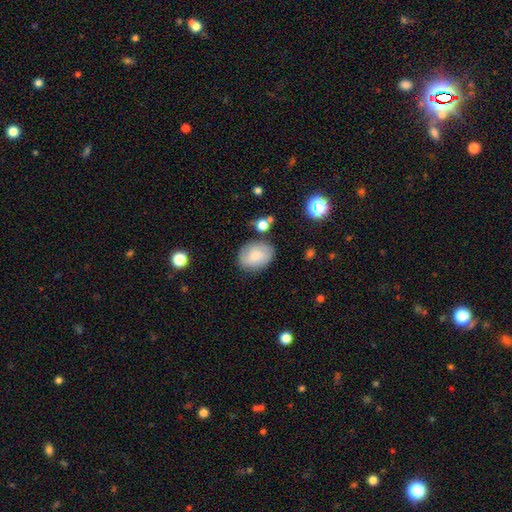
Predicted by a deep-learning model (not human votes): Smooth or featured? Predicted: smooth (p=0.71). How rounded? Predicted: in between (p=0.66). Merging? Predicted: none (p=0.77).